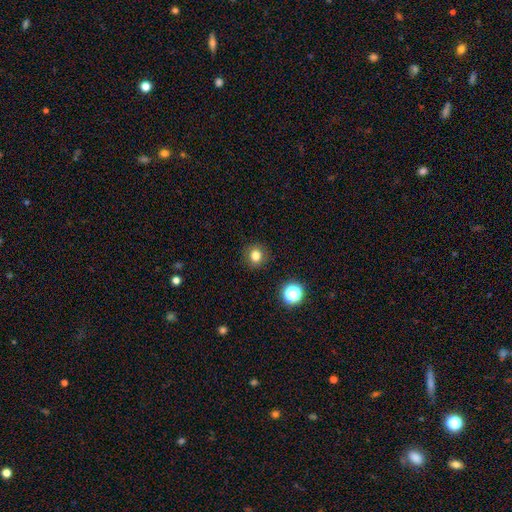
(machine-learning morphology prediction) Q: Smooth or featured?
A: smooth (79%); runner-up: star or artifact (14%)
Q: How rounded?
A: round (87%); runner-up: in between (12%)
Q: Merging?
A: none (90%); runner-up: minor disturbance (7%)